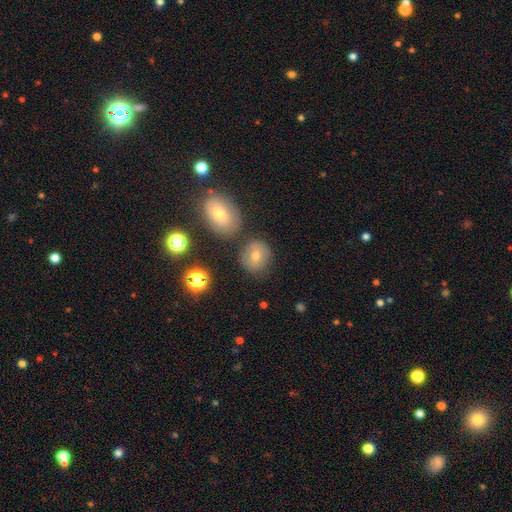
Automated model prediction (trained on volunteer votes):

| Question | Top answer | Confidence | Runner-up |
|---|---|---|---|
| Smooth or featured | smooth | 68% | featured or disk (17%) |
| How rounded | round | 78% | in between (21%) |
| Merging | none | 75% | minor disturbance (11%) |